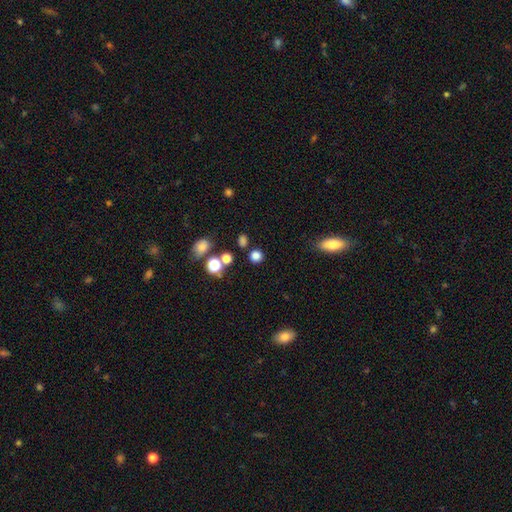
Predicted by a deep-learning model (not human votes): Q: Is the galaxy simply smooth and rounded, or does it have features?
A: smooth — 77%.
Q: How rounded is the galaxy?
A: round — 88%.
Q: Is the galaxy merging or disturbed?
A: none — 82%.